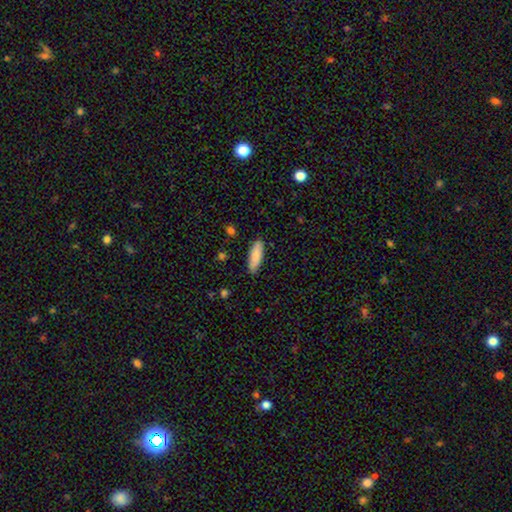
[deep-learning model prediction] A smooth galaxy with no disk features (86%) that is in between round and cigar-shaped (51%). Merging: none (86%).